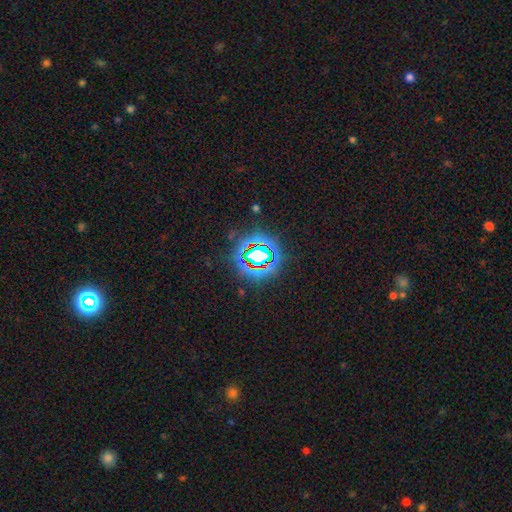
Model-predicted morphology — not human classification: The model was most divided on "smooth or featured": star or artifact: 78%, smooth: 14%, featured or disk: 9%.